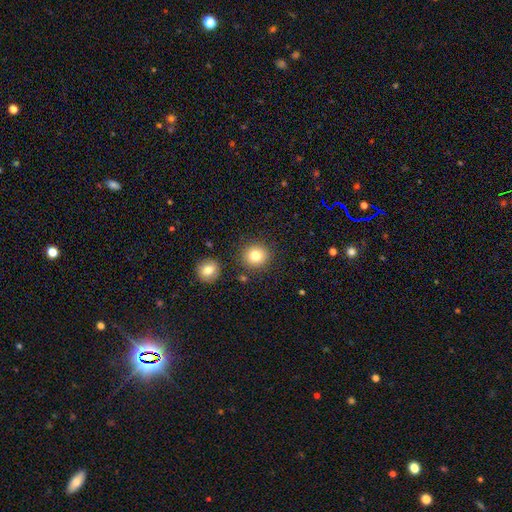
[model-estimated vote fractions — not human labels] Smooth or featured? smooth (80%)
How rounded? round (91%)
Merging? none (85%)